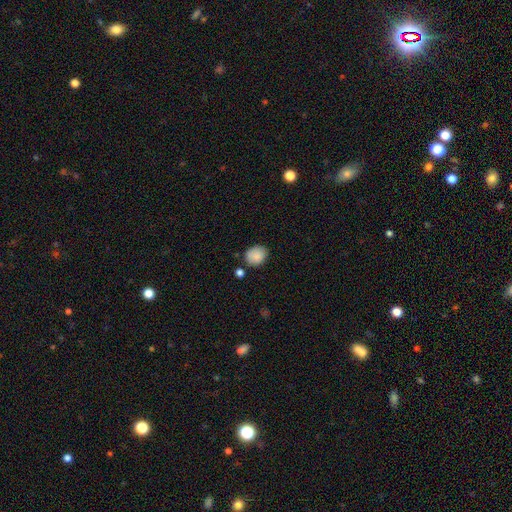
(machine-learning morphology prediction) Overall: smooth (87%). How rounded: round (54%; in between 45%). Merging: none (74%).